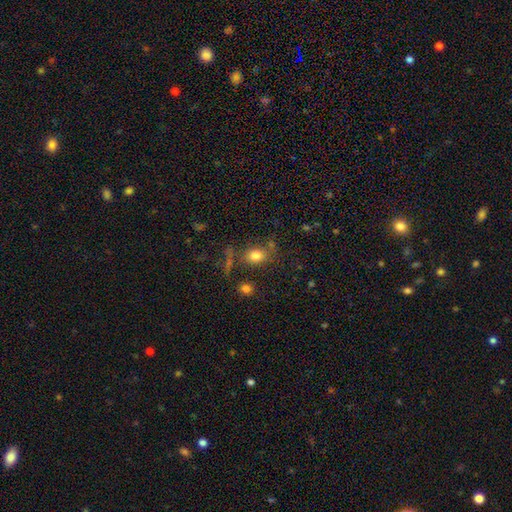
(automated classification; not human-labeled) Smooth or featured?
  - smooth: 79% *
  - star or artifact: 12%
  - featured or disk: 9%
How rounded?
  - in between: 51% *
  - round: 47%
  - cigar-shaped: 2%
Merging?
  - none: 71% *
  - minor disturbance: 14%
  - merger: 9%
  - major disturbance: 6%